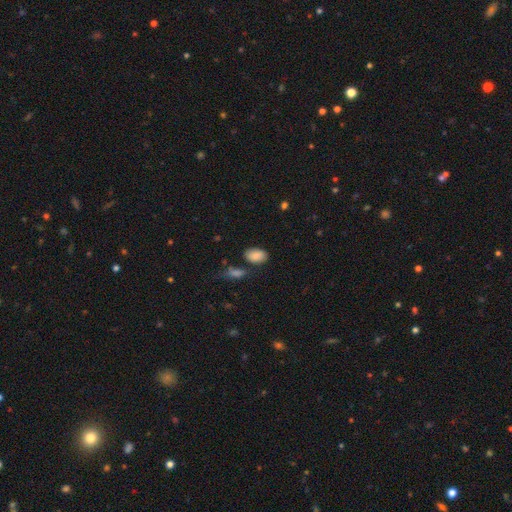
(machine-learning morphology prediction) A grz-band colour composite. It shows a smooth galaxy with no disk features (85%) that is in between round and cigar-shaped (90%). Merging: none (75%).